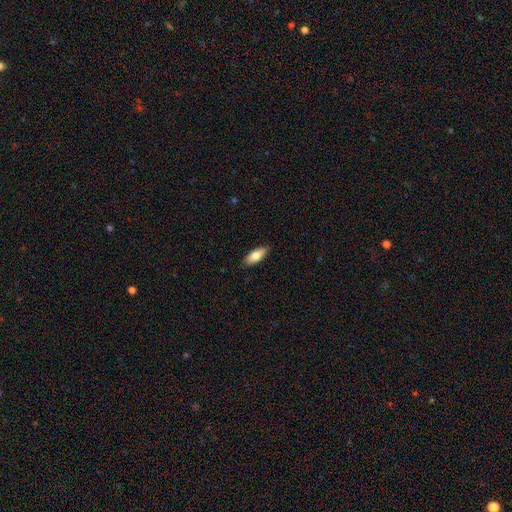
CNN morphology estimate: Smooth or featured?
  - smooth: 76% *
  - featured or disk: 18%
  - star or artifact: 6%
How rounded?
  - in between: 73% *
  - cigar-shaped: 24%
  - round: 2%
Merging?
  - none: 86% *
  - minor disturbance: 11%
  - major disturbance: 2%
  - merger: 1%